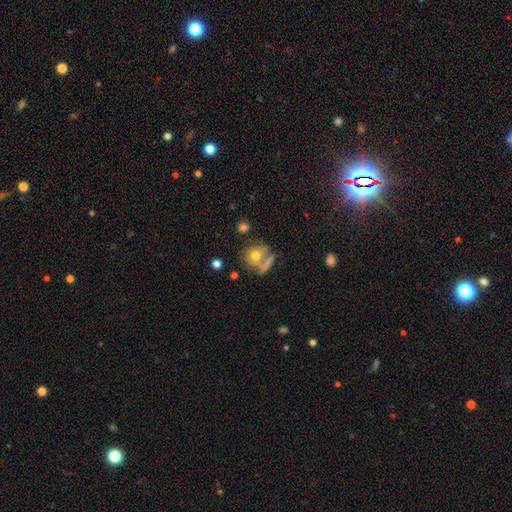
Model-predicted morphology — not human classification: smooth-or-featured: smooth: 66% | featured or disk: 25% | star or artifact: 10%
  how-rounded: round: 82% | in between: 16% | cigar-shaped: 2%
  merging: none: 50% | merger: 27% | minor disturbance: 14% | major disturbance: 9%